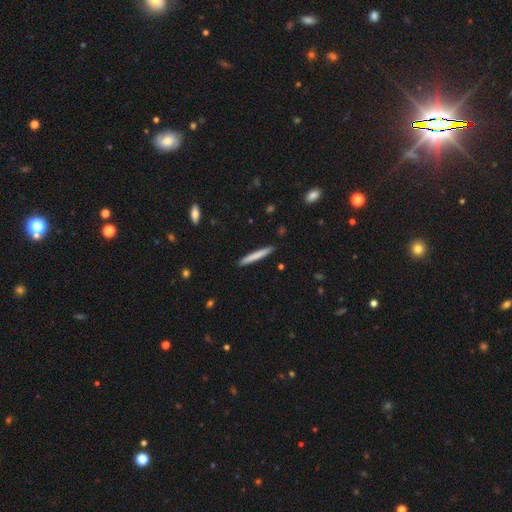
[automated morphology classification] The model was most divided on "smooth or featured": smooth: 75%, featured or disk: 20%, star or artifact: 5%. More confident: how rounded — cigar-shaped (97%); merging — none (91%).